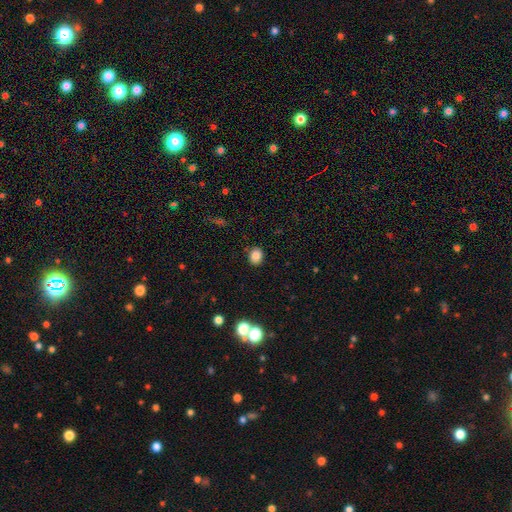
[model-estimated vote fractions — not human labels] Q: Smooth or featured?
A: smooth (84%); runner-up: star or artifact (11%)
Q: How rounded?
A: round (59%); runner-up: in between (40%)
Q: Merging?
A: none (87%); runner-up: minor disturbance (8%)